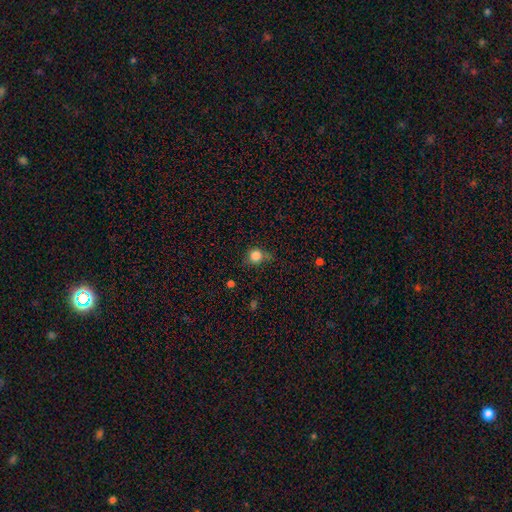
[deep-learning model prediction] Smooth or featured: smooth — 81% (star or artifact — 12%)
How rounded: round — 86% (in between — 13%)
Merging: none — 59% (minor disturbance — 28%)